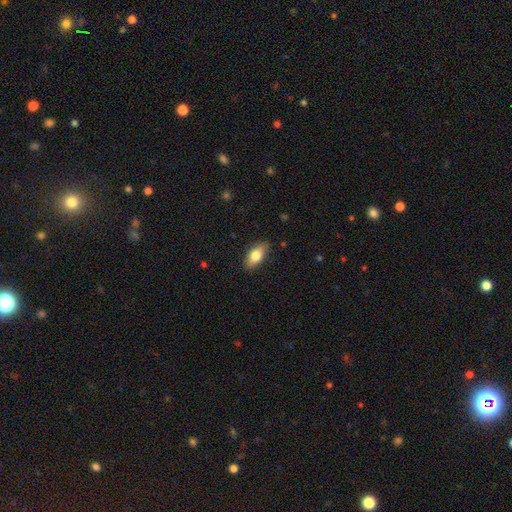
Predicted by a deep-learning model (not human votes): smooth 76%, featured or disk 18%, star or artifact 7%. Down the decision tree: how rounded — in between (86%); merging — none (85%).